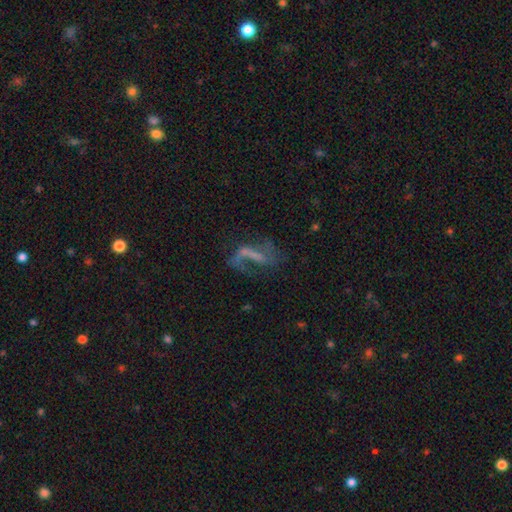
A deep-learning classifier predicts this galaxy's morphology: Smooth or featured? featured or disk (63%)
Edge-on disk? no (92%)
Bar? strong (39%)
Spiral arms? yes (70%)
Bulge size? none (64%)
Merging? none (43%)